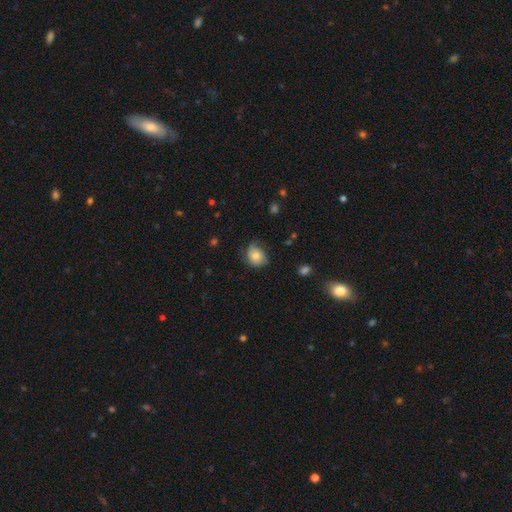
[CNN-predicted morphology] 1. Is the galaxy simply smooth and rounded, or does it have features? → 66% smooth, 25% featured or disk, 8% star or artifact.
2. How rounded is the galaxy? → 54% round, 45% in between, 1% cigar-shaped.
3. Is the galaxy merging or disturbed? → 53% none, 32% minor disturbance, 13% major disturbance, 1% merger.